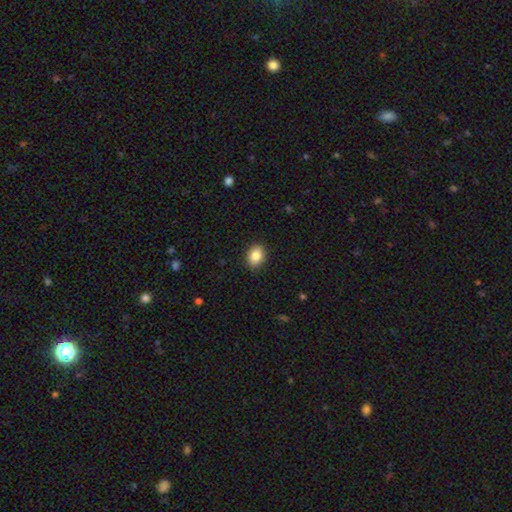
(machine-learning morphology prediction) A smooth galaxy with no disk features (86%) that is in between round and cigar-shaped (65%). Merging: none (89%).